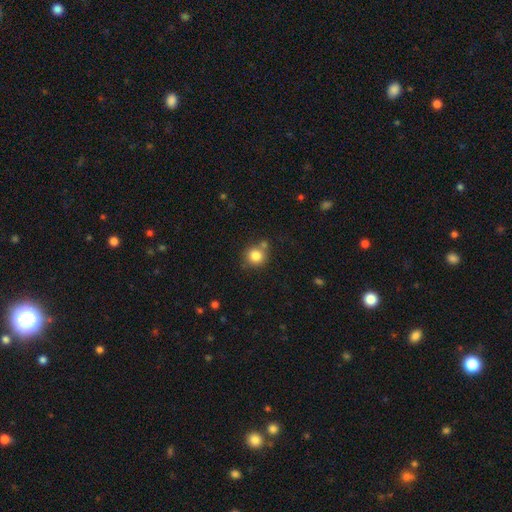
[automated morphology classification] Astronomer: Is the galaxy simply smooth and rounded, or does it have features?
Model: smooth — 82%.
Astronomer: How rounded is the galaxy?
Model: round — 90%.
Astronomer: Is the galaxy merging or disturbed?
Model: none — 69%.